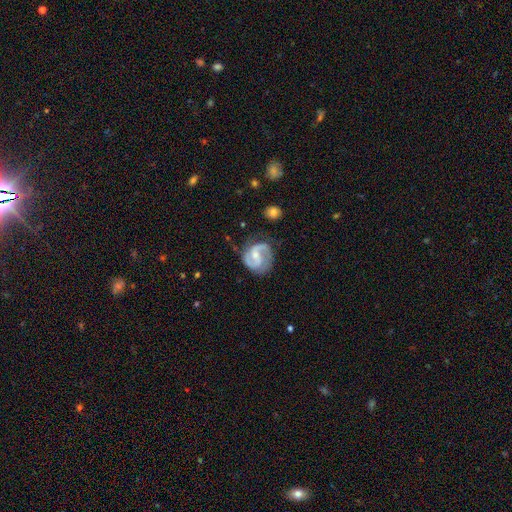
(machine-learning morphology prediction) smooth_or_featured: featured or disk (p=0.86) [alt: smooth p=0.09]
disk_edge_on: no (p=0.98) [alt: yes p=0.02]
bar: weak (p=0.48) [alt: no p=0.37]
has_spiral_arms: yes (p=0.97) [alt: no p=0.03]
spiral_winding: medium (p=0.55) [alt: tight p=0.25]
spiral_arm_count: 2 (p=0.89) [alt: can't tell p=0.04]
bulge_size: small (p=0.49) [alt: moderate p=0.39]
merging: none (p=0.70) [alt: minor disturbance p=0.20]